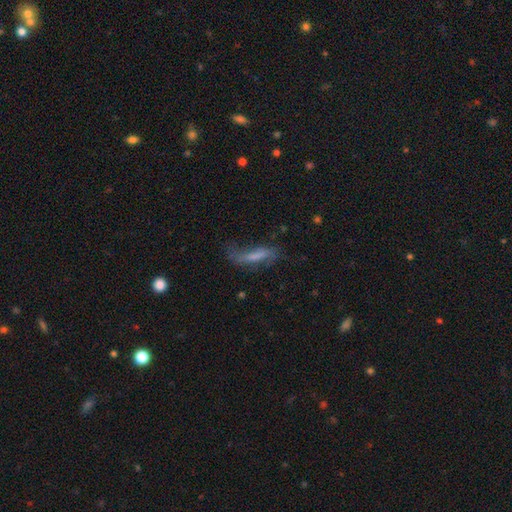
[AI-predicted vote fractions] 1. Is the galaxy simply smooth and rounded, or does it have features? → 46% smooth, 42% featured or disk, 12% star or artifact.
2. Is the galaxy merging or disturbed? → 44% none, 27% minor disturbance, 25% major disturbance, 4% merger.